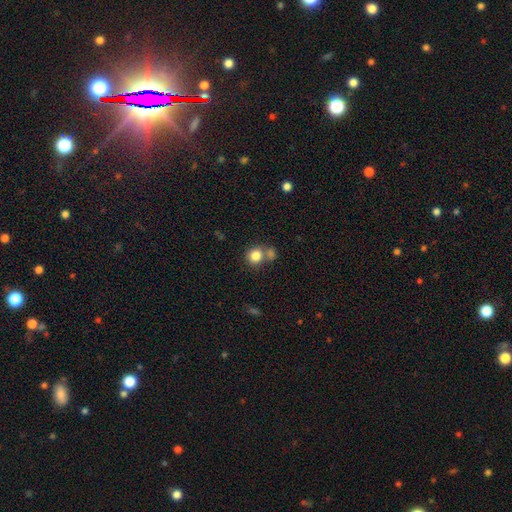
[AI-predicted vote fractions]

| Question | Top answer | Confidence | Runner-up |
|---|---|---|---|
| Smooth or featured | smooth | 83% | star or artifact (10%) |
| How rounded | round | 85% | in between (14%) |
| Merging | none | 55% | merger (31%) |